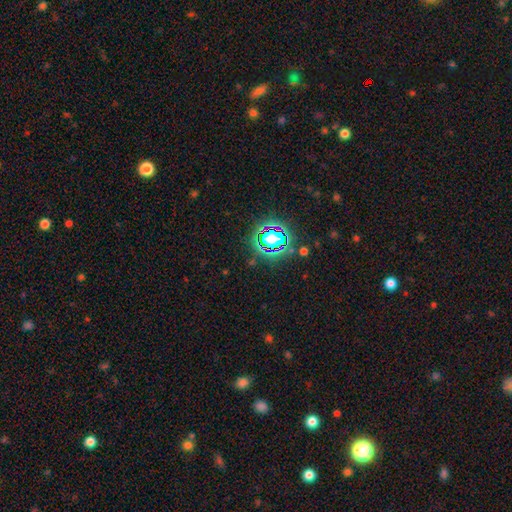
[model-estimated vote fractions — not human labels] A star or artifact, not a galaxy (81%).